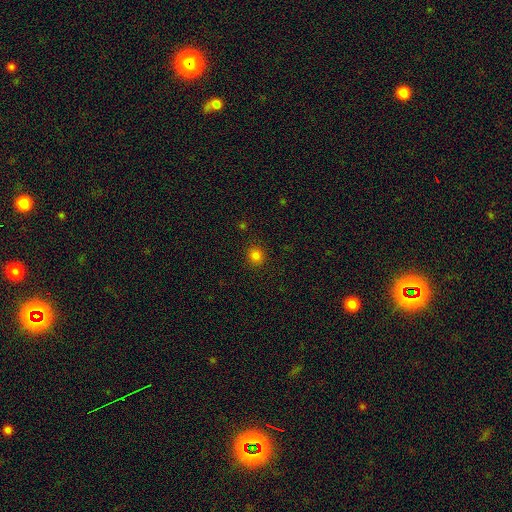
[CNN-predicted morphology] Smooth or featured?
  - smooth: 81% *
  - star or artifact: 15%
  - featured or disk: 4%
How rounded?
  - round: 87% *
  - in between: 12%
  - cigar-shaped: 1%
Merging?
  - none: 90% *
  - minor disturbance: 7%
  - major disturbance: 2%
  - merger: 1%